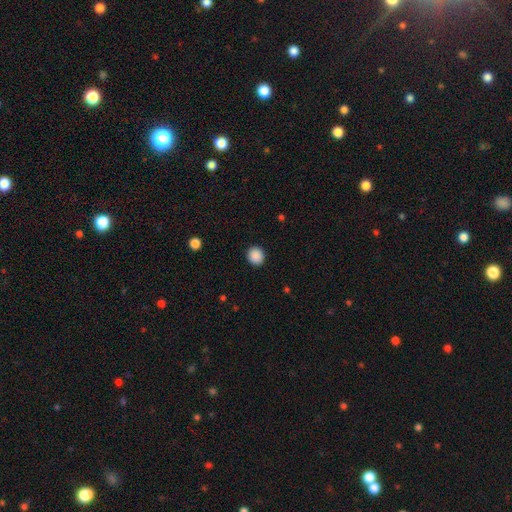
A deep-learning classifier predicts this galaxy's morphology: The model was most divided on "how rounded": round: 84%, in between: 15%, cigar-shaped: 1%. More confident: merging — none (91%); smooth or featured — smooth (89%).